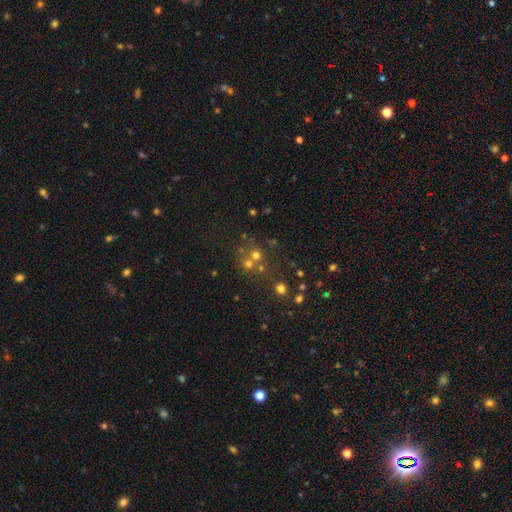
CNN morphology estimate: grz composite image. It shows a smooth galaxy with no disk features (59%) that is round (88%). Merging: none (54%).